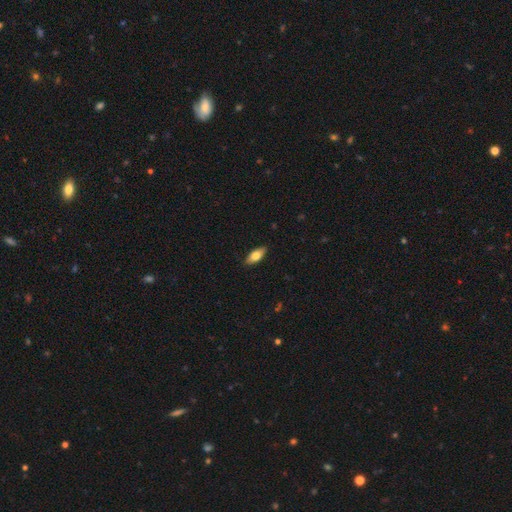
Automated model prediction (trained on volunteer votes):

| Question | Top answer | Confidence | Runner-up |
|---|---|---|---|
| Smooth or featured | smooth | 76% | featured or disk (18%) |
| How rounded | in between | 82% | cigar-shaped (16%) |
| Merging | none | 88% | minor disturbance (9%) |